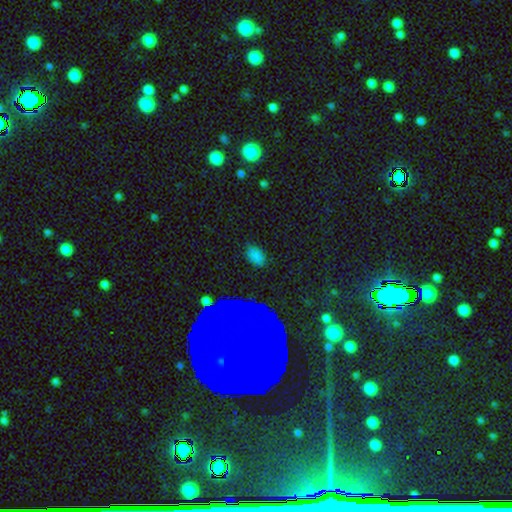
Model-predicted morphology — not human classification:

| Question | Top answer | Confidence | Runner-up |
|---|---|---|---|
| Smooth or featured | smooth | 68% | star or artifact (21%) |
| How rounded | in between | 81% | round (15%) |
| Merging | none | 83% | minor disturbance (11%) |